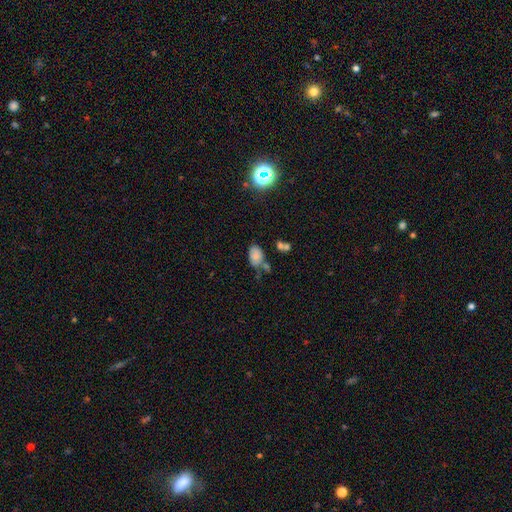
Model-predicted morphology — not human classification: The model was most divided on "merging": none: 51%, minor disturbance: 23%, merger: 18%, major disturbance: 8%. More confident: how rounded — in between (89%); smooth or featured — smooth (78%).